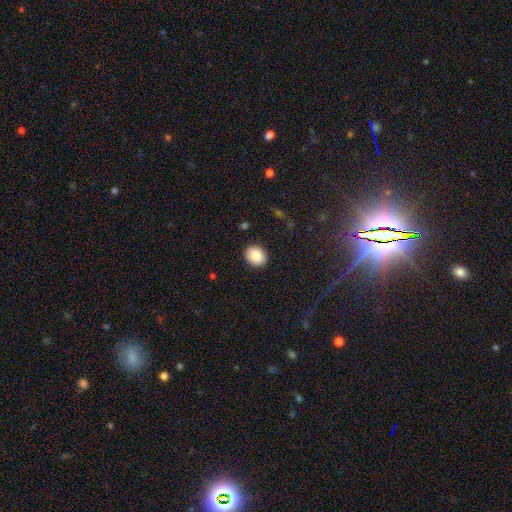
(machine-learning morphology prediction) A smooth galaxy with no disk features (87%) that is round (57%).

Vote fractions:
- Smooth or featured? smooth: 87% / star or artifact: 8% / featured or disk: 6%
- How rounded? round: 57% / in between: 42% / cigar-shaped: 1%
- Merging? none: 89% / minor disturbance: 8% / major disturbance: 2% / merger: 1%